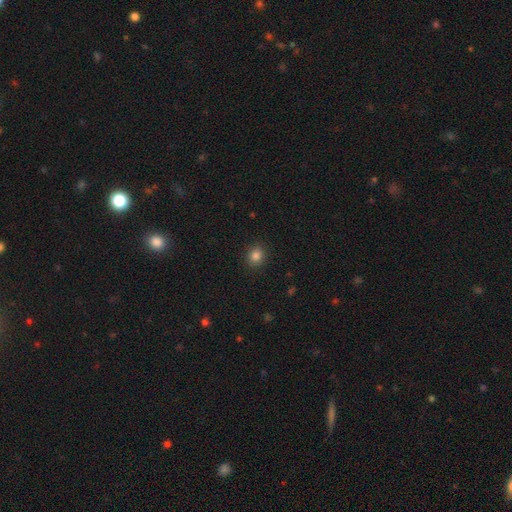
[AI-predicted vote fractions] A smooth galaxy with no disk features (84%) that is round (79%).

Vote fractions:
- Smooth or featured? smooth: 84% / star or artifact: 12% / featured or disk: 4%
- How rounded? round: 79% / in between: 20% / cigar-shaped: 1%
- Merging? none: 90% / minor disturbance: 7% / major disturbance: 2% / merger: 1%